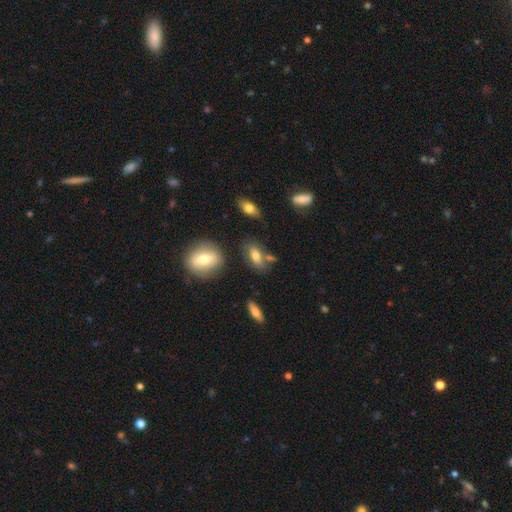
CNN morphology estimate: This is likely a smooth galaxy (66%). How rounded: clearly in between (84%). Merging: likely none (61%).